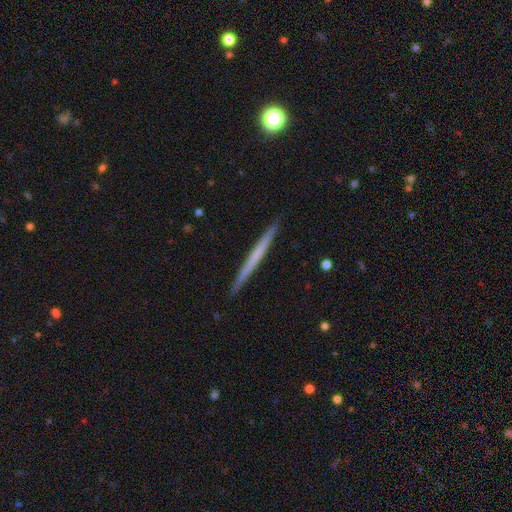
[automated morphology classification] The model was most divided on "smooth or featured": featured or disk: 49%, smooth: 46%, star or artifact: 5%. More confident: merging — none (93%).